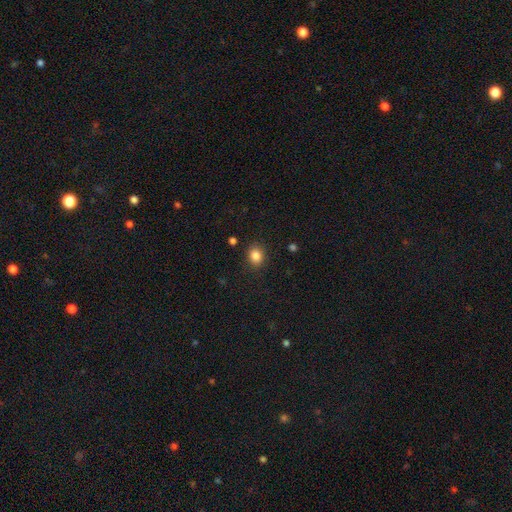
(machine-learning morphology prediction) smooth-or-featured: smooth: 85% | star or artifact: 11% | featured or disk: 5%
  how-rounded: round: 60% | in between: 39% | cigar-shaped: 1%
  merging: none: 88% | minor disturbance: 8% | major disturbance: 3% | merger: 1%